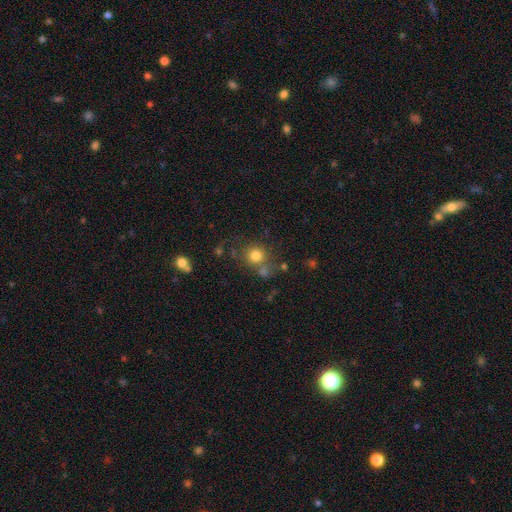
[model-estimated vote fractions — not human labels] The model was most divided on "merging": none: 66%, merger: 15%, minor disturbance: 12%, major disturbance: 6%. More confident: how rounded — round (88%); smooth or featured — smooth (78%).